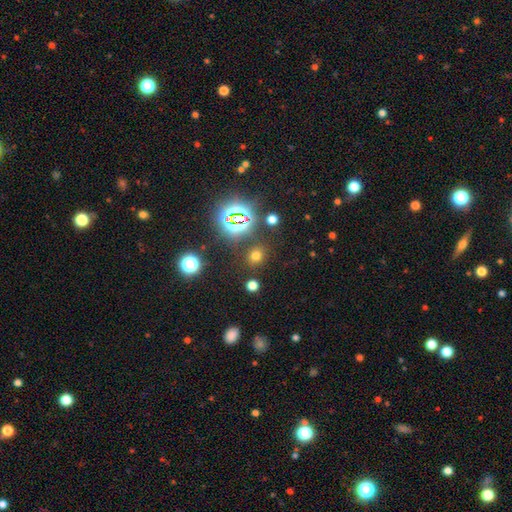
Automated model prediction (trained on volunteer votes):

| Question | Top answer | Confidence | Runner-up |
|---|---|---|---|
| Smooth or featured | smooth | 62% | star or artifact (31%) |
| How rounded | round | 77% | in between (22%) |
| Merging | none | 85% | minor disturbance (8%) |